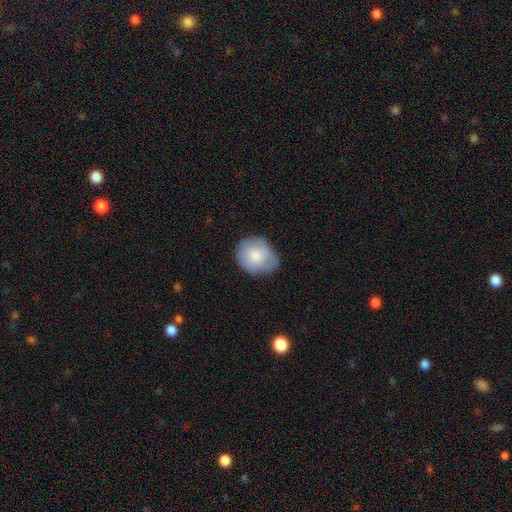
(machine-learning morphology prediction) This appears to be a smooth galaxy with no disk features (77%) that is round (60%). Merging: none (63%).